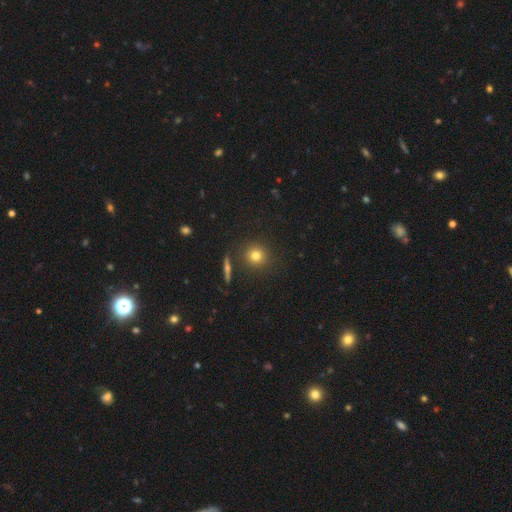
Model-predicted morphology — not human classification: A smooth galaxy with no disk features (77%) that is round (92%).

Vote fractions:
- Smooth or featured? smooth: 77% / star or artifact: 13% / featured or disk: 10%
- How rounded? round: 92% / in between: 7% / cigar-shaped: 1%
- Merging? none: 87% / minor disturbance: 7% / merger: 4% / major disturbance: 2%